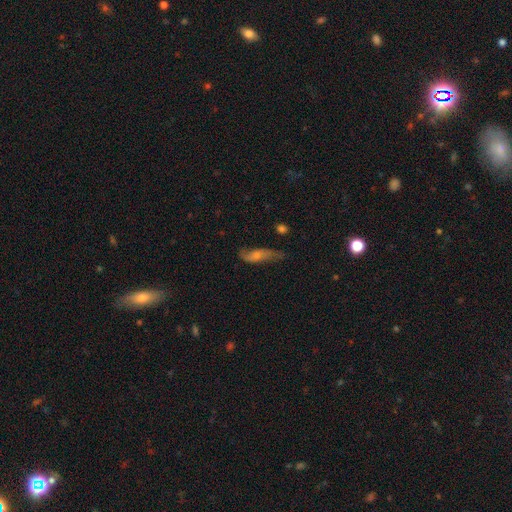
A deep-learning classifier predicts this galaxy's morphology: The model was most divided on "smooth or featured": featured or disk: 47%, smooth: 44%, star or artifact: 9%. More confident: merging — none (52%).